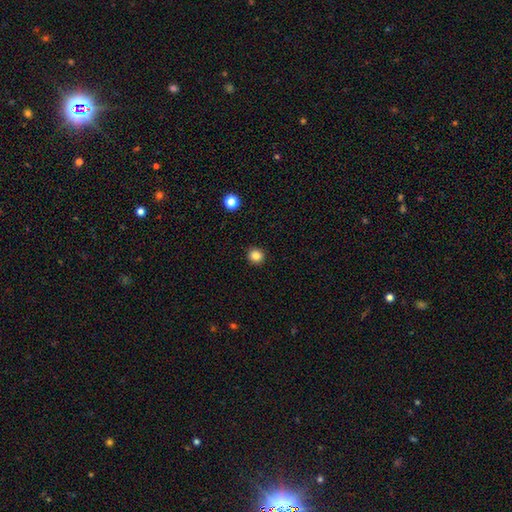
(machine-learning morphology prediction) Smooth or featured: smooth — 84% (star or artifact — 12%)
How rounded: round — 92% (in between — 7%)
Merging: none — 93% (minor disturbance — 5%)